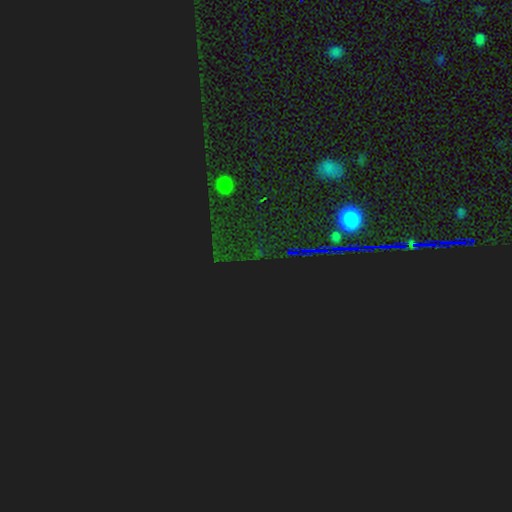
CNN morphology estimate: A star or artifact, not a galaxy (81%).